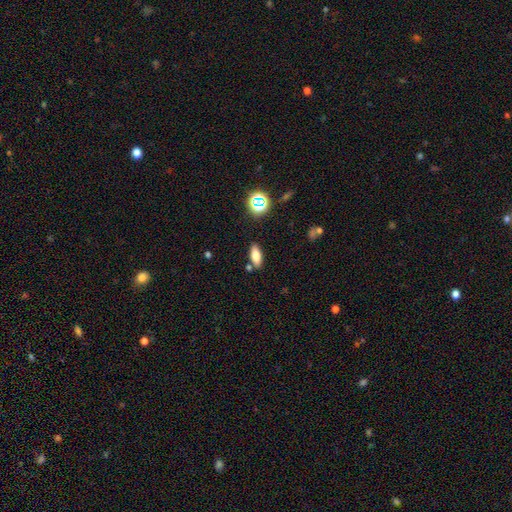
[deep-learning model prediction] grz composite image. It shows a smooth galaxy with no disk features (71%) that is in between round and cigar-shaped (71%). Merging: none (81%).